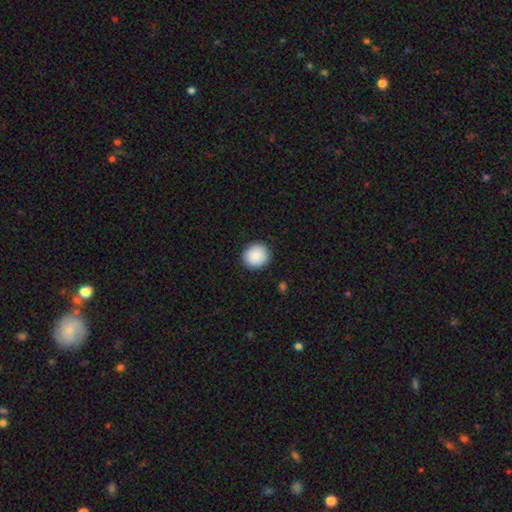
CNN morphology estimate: This appears to be a smooth galaxy with no disk features (88%) that is round (87%). Merging: none (89%).